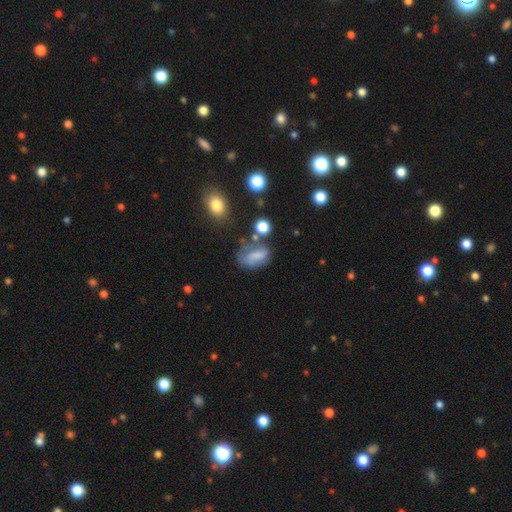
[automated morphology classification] smooth-or-featured: smooth: 57% | featured or disk: 29% | star or artifact: 14%
  how-rounded: in between: 81% | round: 15% | cigar-shaped: 4%
  merging: none: 34% | minor disturbance: 29% | major disturbance: 26% | merger: 11%